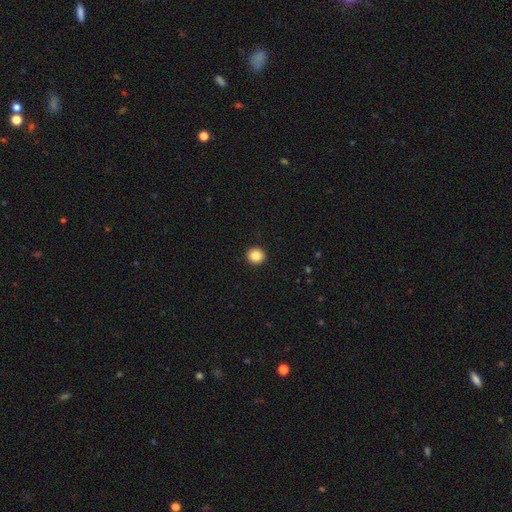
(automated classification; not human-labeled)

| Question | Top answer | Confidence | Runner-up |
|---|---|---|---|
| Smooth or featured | smooth | 85% | star or artifact (10%) |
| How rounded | round | 94% | in between (5%) |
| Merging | none | 94% | minor disturbance (4%) |